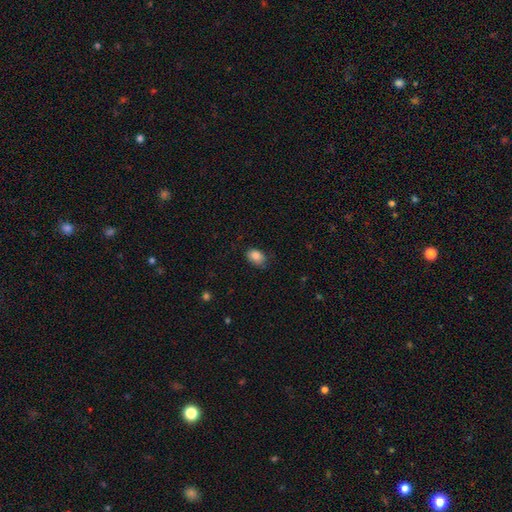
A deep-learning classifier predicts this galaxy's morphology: Smooth or featured? smooth (86%)
How rounded? in between (80%)
Merging? none (78%)